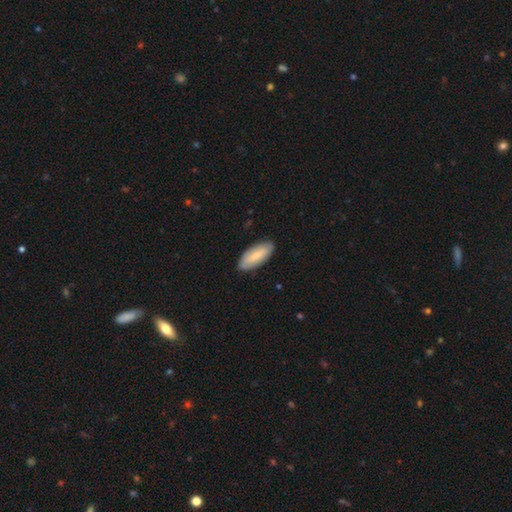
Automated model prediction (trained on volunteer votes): Overall: smooth (77%). How rounded: in between (80%). Merging: none (86%).